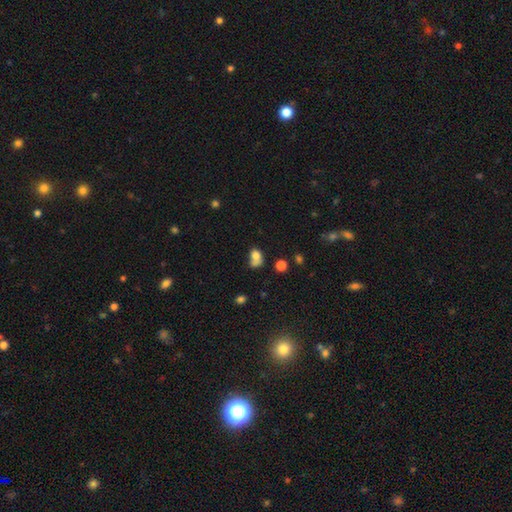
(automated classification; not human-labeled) smooth_or_featured: smooth (p=0.74) [alt: featured or disk p=0.14]
how_rounded: in between (p=0.57) [alt: round p=0.41]
merging: merger (p=0.43) [alt: none p=0.29]